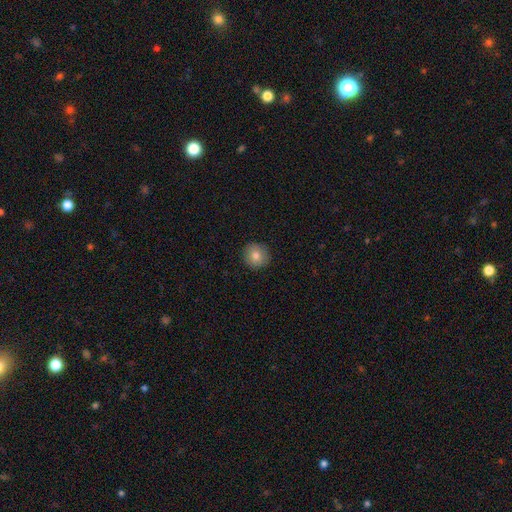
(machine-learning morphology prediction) Overall: smooth (79%). How rounded: round (93%). Merging: none (91%).